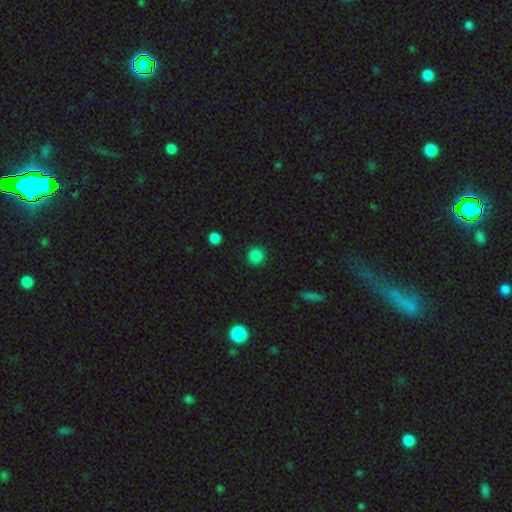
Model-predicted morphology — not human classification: The model was most divided on "smooth or featured": smooth: 85%, star or artifact: 11%, featured or disk: 3%. More confident: how rounded — round (92%); merging — none (91%).